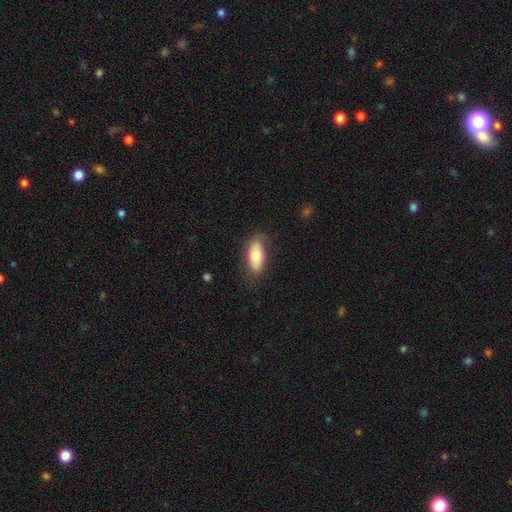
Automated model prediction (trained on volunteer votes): smooth 73%, featured or disk 21%, star or artifact 6%. Down the decision tree: how rounded — in between (83%); merging — none (77%).